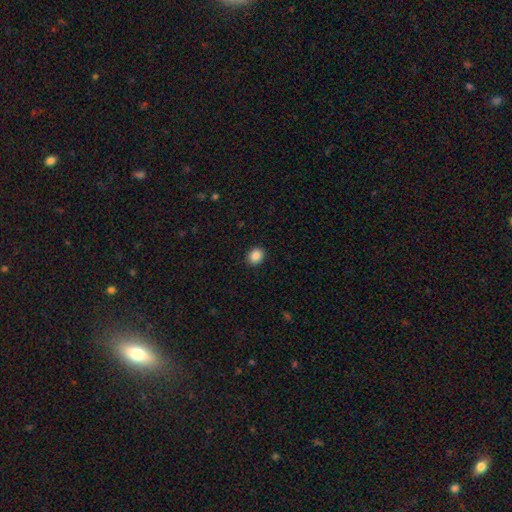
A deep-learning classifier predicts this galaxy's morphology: Smooth or featured? smooth (87%)
How rounded? round (68%)
Merging? none (91%)